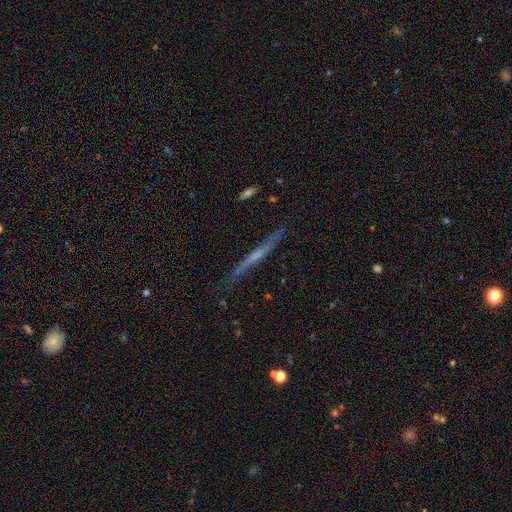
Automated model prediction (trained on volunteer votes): Smooth or featured: featured or disk — 67% (smooth — 25%)
Edge-on disk: yes — 95% (no — 5%)
Edge-on bulge: none — 62% (rounded — 30%)
Merging: none — 84% (minor disturbance — 12%)